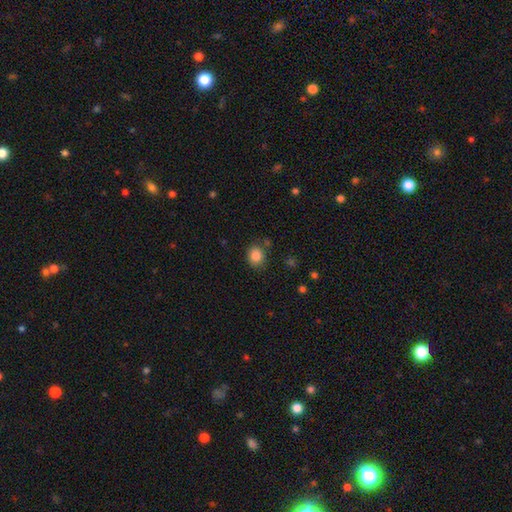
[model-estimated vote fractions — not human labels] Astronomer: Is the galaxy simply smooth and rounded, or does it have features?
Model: smooth — 85%.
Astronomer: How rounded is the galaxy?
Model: round — 69%.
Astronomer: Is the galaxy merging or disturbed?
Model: none — 79%.